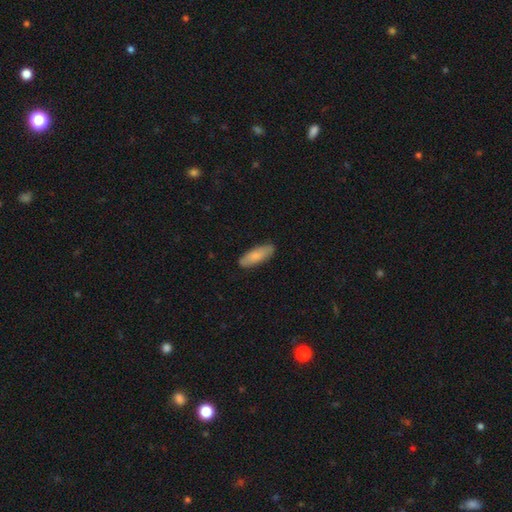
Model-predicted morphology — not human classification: Smooth or featured: smooth — 82% (featured or disk — 13%)
How rounded: in between — 59% (cigar-shaped — 39%)
Merging: none — 86% (minor disturbance — 11%)